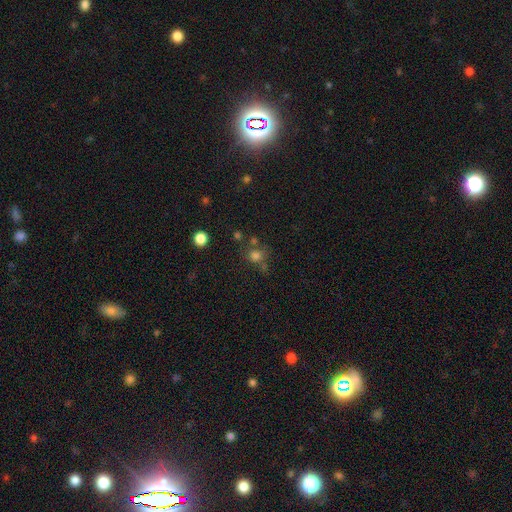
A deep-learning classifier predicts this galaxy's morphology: Smooth or featured: smooth — 71% (star or artifact — 20%)
How rounded: round — 82% (in between — 17%)
Merging: none — 58% (merger — 20%)